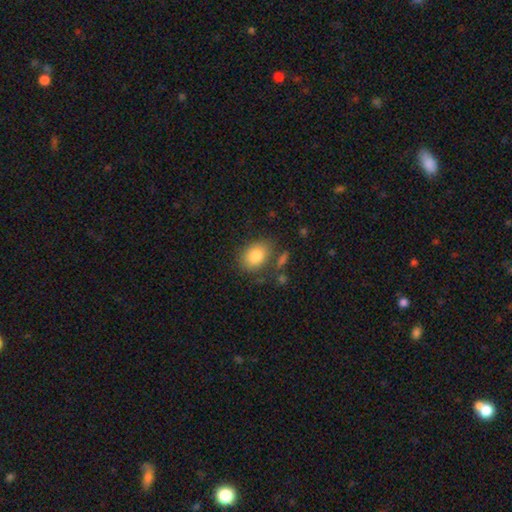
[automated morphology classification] This is clearly a smooth galaxy (82%). How rounded: likely in between (68%). Merging: likely none (74%).